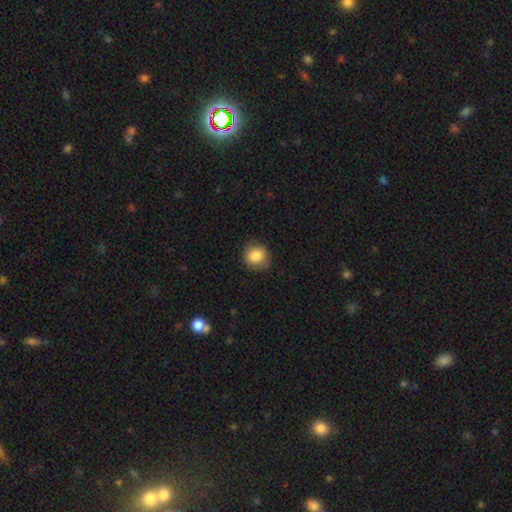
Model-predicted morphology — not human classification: smooth 85%, star or artifact 8%, featured or disk 7%. Down the decision tree: how rounded — round (82%); merging — none (76%).